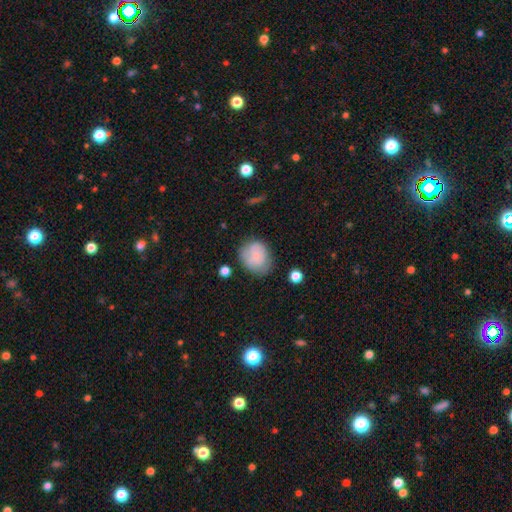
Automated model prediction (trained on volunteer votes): smooth-or-featured: smooth: 69% | featured or disk: 22% | star or artifact: 8%
  how-rounded: round: 65% | in between: 34% | cigar-shaped: 1%
  merging: none: 59% | minor disturbance: 26% | major disturbance: 9% | merger: 5%